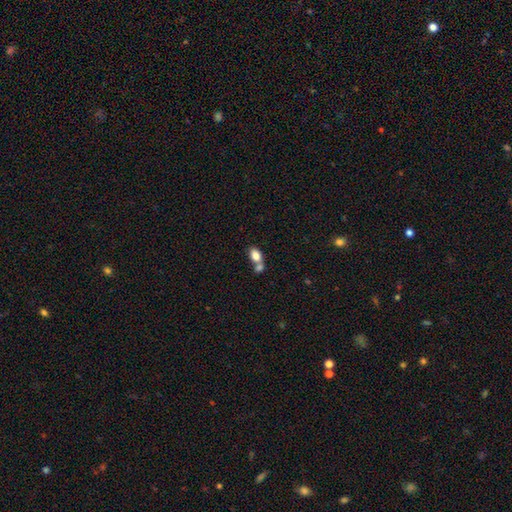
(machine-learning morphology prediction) This appears to be a smooth galaxy with no disk features (81%) that is in between round and cigar-shaped (85%). Merging: merger (53%).